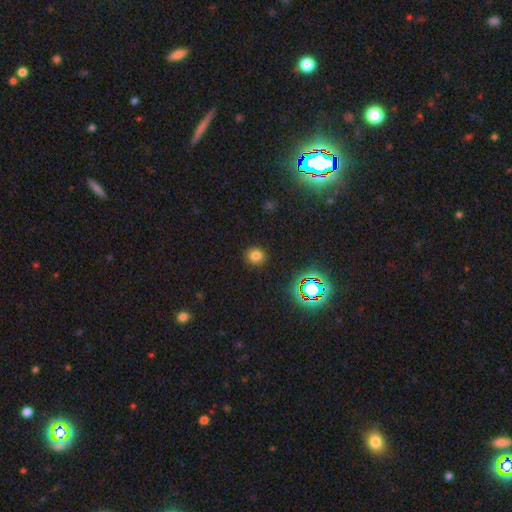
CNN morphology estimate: type=smooth (75%); roundness=round (81%); merging=none (89%).